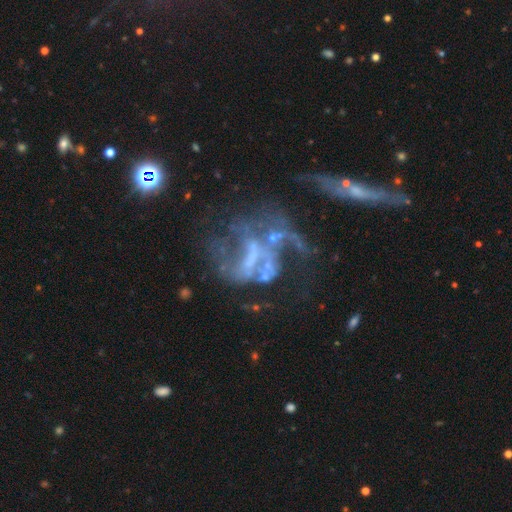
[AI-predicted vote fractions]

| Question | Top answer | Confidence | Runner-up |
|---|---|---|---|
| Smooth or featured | featured or disk | 69% | star or artifact (18%) |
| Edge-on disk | no | 96% | yes (4%) |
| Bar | no | 61% | weak (24%) |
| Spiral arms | no | 64% | yes (36%) |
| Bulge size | none | 64% | small (18%) |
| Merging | major disturbance | 43% | none (26%) |